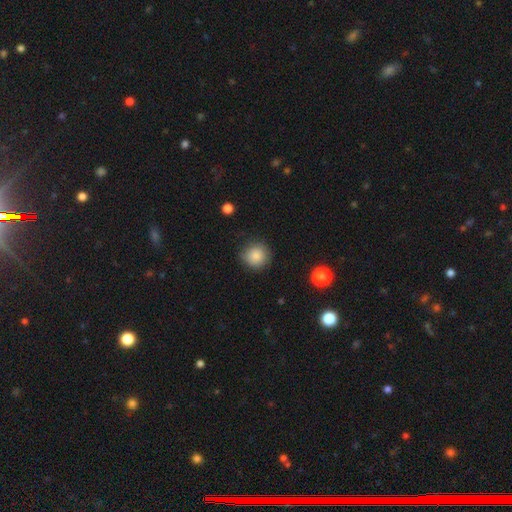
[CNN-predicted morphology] Smooth or featured? Predicted: smooth (p=0.86). How rounded? Predicted: round (p=0.92). Merging? Predicted: none (p=0.84).